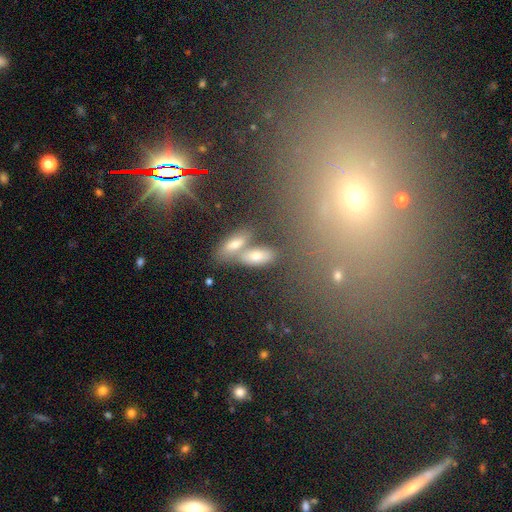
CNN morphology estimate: This appears to be a smooth galaxy with no disk features (40%). Merging: none (72%).